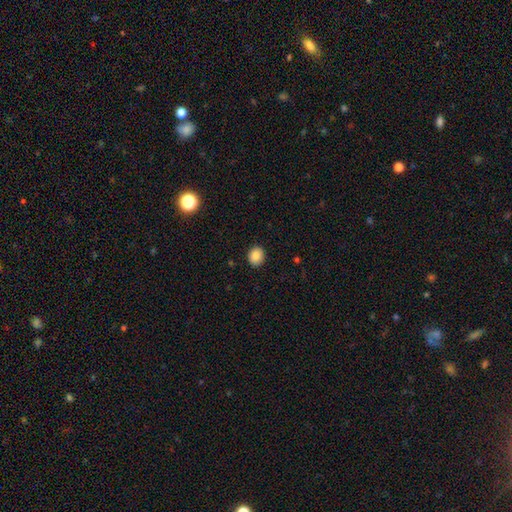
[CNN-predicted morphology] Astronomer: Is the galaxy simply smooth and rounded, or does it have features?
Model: smooth — 87%.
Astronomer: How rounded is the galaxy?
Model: round — 61% (runner-up: in between, 38%).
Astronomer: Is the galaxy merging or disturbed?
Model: none — 90%.